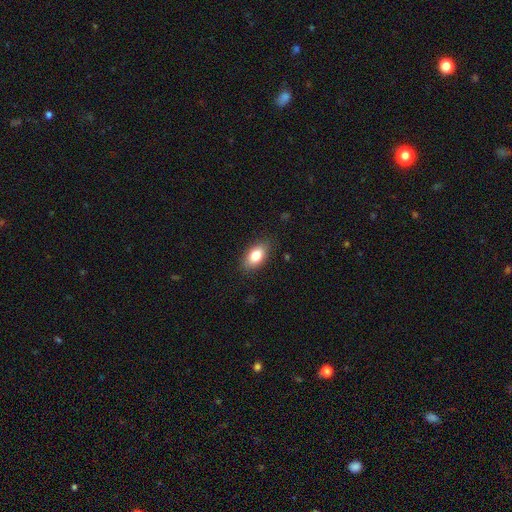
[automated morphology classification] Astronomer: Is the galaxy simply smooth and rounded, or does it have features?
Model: smooth — 81%.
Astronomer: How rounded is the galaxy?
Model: in between — 89%.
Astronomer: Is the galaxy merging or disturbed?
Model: none — 86%.